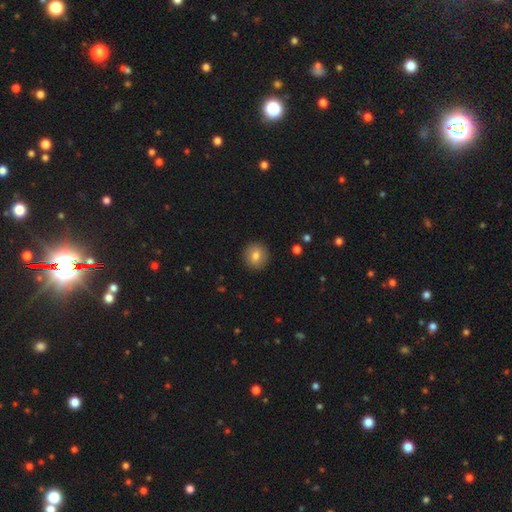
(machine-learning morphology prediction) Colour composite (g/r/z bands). It shows a smooth galaxy with no disk features (78%) that is round (91%). Merging: none (92%).